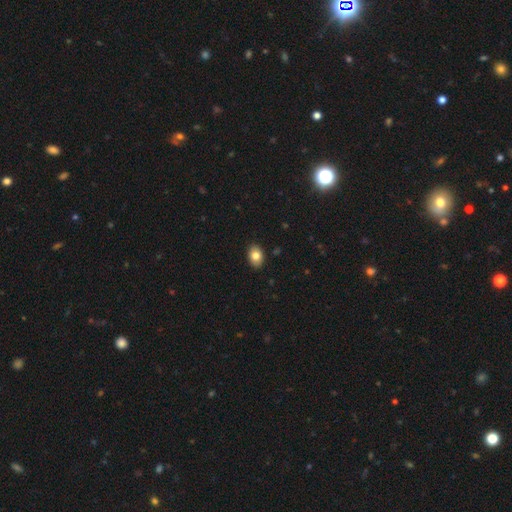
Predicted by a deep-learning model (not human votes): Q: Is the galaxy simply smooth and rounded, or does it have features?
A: smooth — 83%.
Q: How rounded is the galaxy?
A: in between — 79%.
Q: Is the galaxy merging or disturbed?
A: none — 89%.